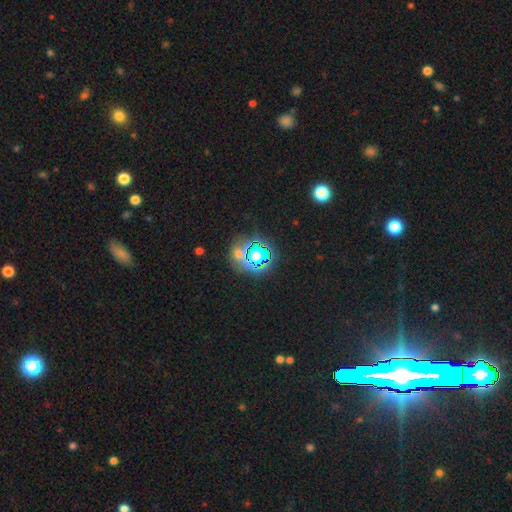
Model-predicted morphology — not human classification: Smooth or featured? star or artifact (53%)